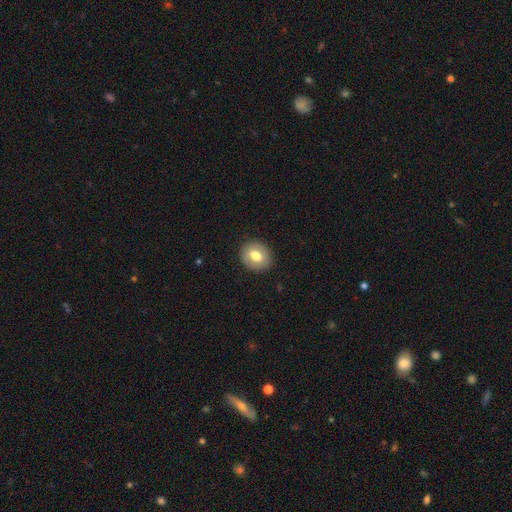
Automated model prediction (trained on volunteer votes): Q: Smooth or featured?
A: smooth (66%); runner-up: featured or disk (26%)
Q: How rounded?
A: round (62%); runner-up: in between (37%)
Q: Merging?
A: none (88%); runner-up: minor disturbance (9%)